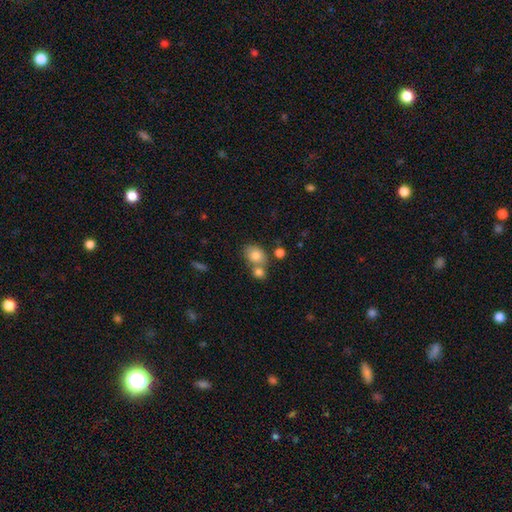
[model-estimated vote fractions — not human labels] smooth_or_featured: smooth (p=0.79) [alt: featured or disk p=0.12]
how_rounded: in between (p=0.55) [alt: round p=0.44]
merging: none (p=0.45) [alt: merger p=0.41]